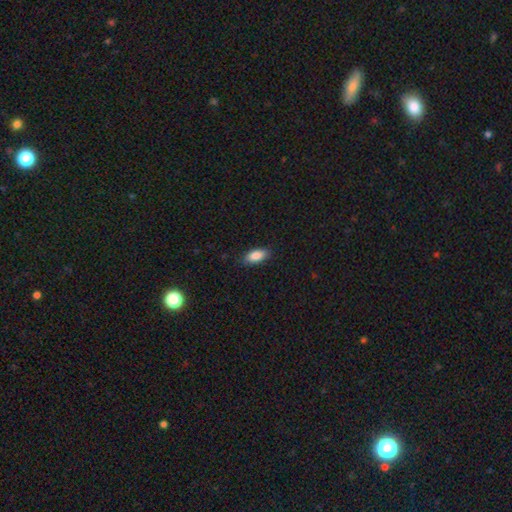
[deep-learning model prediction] A smooth galaxy with no disk features (87%) that is in between round and cigar-shaped (88%). Merging: none (86%).